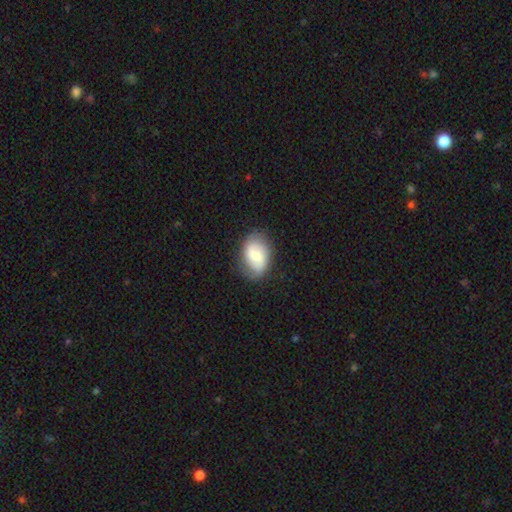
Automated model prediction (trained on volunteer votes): smooth_or_featured: smooth (p=0.62) [alt: featured or disk p=0.31]
how_rounded: in between (p=0.81) [alt: round p=0.18]
merging: none (p=0.72) [alt: minor disturbance p=0.20]